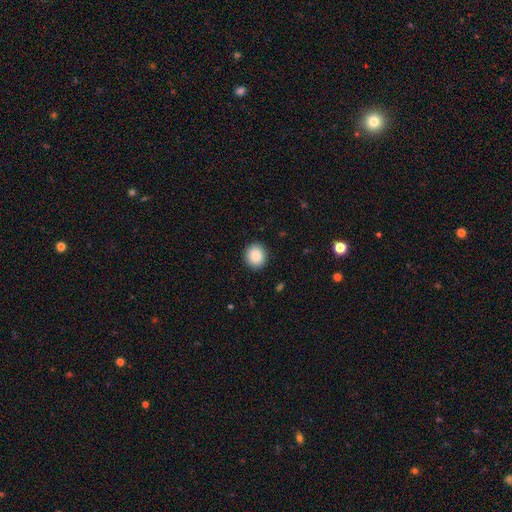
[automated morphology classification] smooth_or_featured: smooth (p=0.88) [alt: star or artifact p=0.08]
how_rounded: round (p=0.83) [alt: in between p=0.16]
merging: none (p=0.91) [alt: minor disturbance p=0.06]